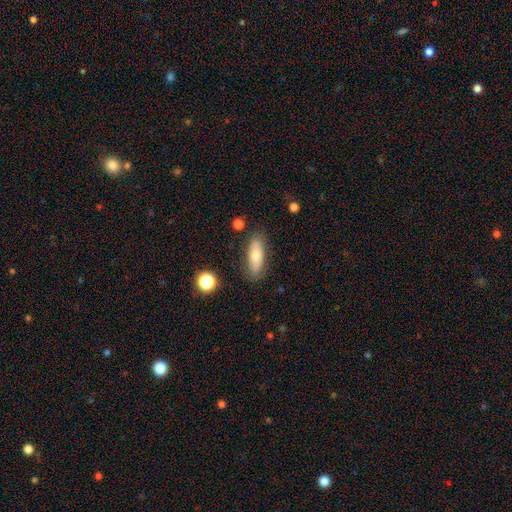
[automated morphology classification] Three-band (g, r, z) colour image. It shows a smooth galaxy with no disk features (69%) that is in between round and cigar-shaped (64%). Merging: none (83%).